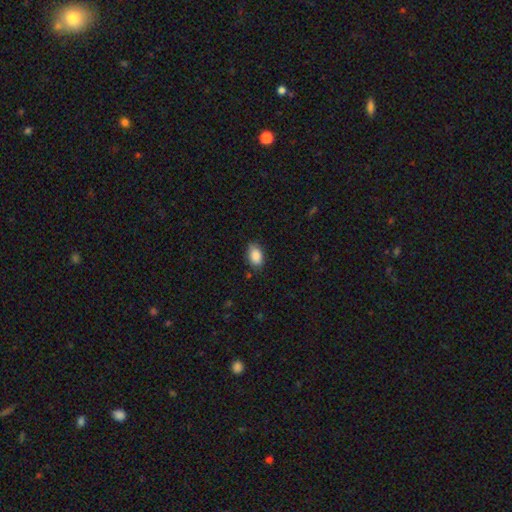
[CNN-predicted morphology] smooth 88%, star or artifact 7%, featured or disk 5%. Down the decision tree: how rounded — in between (90%); merging — none (77%).